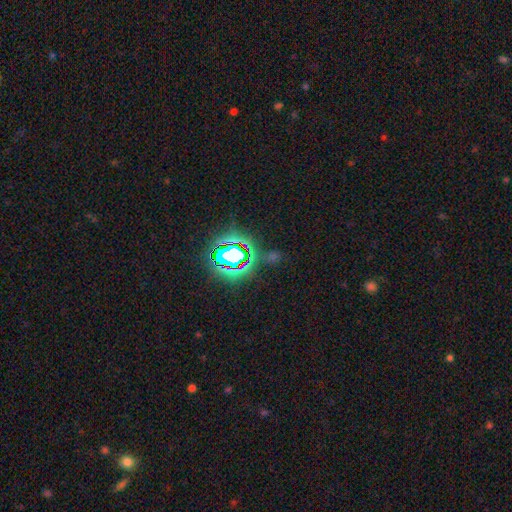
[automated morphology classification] Smooth or featured? Predicted: star or artifact (p=0.81).